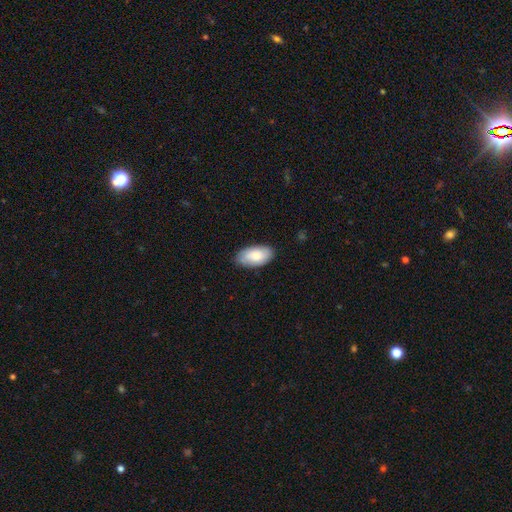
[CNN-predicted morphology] Smooth or featured? smooth (79%)
How rounded? in between (95%)
Merging? none (81%)